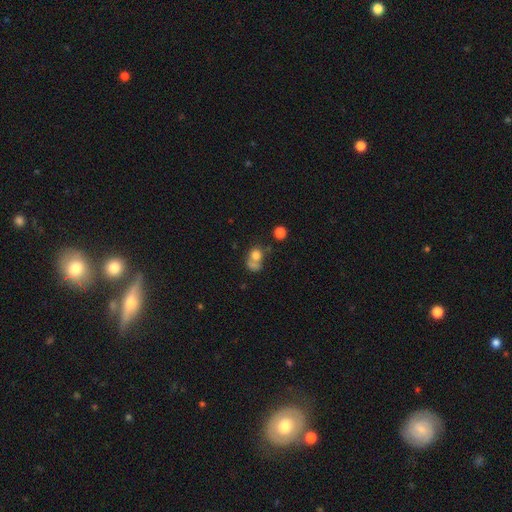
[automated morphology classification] Smooth or featured? Predicted: smooth (p=0.70). How rounded? Predicted: round (p=0.62). Merging? Predicted: merger (p=0.38).